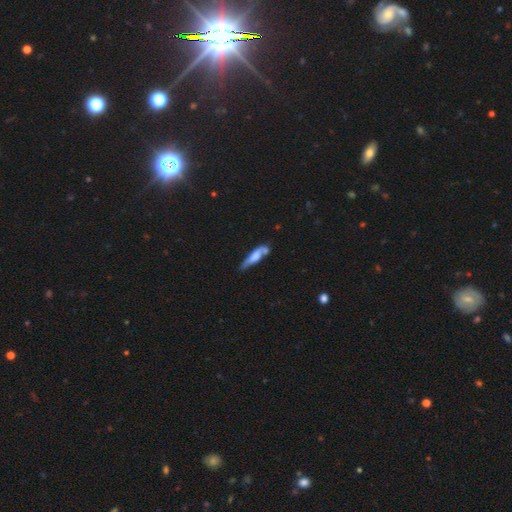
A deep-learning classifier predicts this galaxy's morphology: smooth-or-featured: smooth: 61% | featured or disk: 32% | star or artifact: 7%
  how-rounded: cigar-shaped: 76% | in between: 21% | round: 2%
  merging: none: 46% | minor disturbance: 28% | merger: 16% | major disturbance: 10%